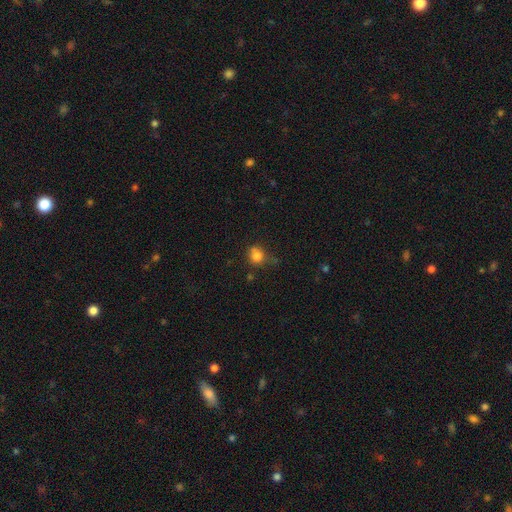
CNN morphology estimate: This appears to be a smooth galaxy with no disk features (78%) that is round (74%). Merging: none (54%).